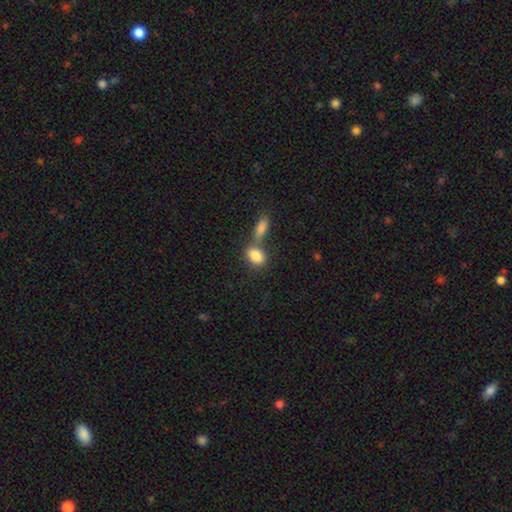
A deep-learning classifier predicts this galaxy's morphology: smooth-or-featured: smooth: 84% | featured or disk: 8% | star or artifact: 8%
  how-rounded: in between: 79% | round: 18% | cigar-shaped: 3%
  merging: none: 43% (tied) | merger: 43% (tied) | minor disturbance: 10% | major disturbance: 4%